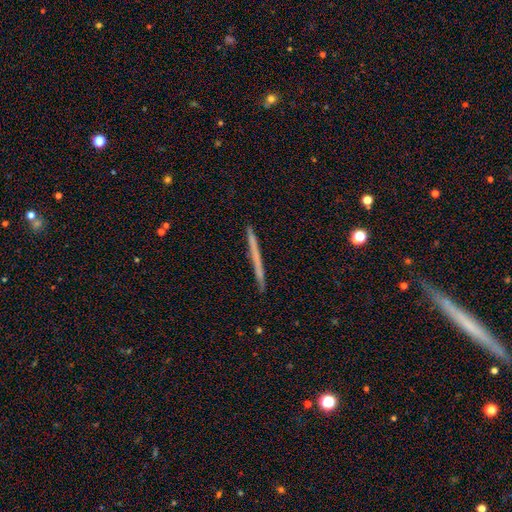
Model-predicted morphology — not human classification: Smooth or featured: smooth — 49% (featured or disk — 45%)
Merging: none — 91% (minor disturbance — 6%)